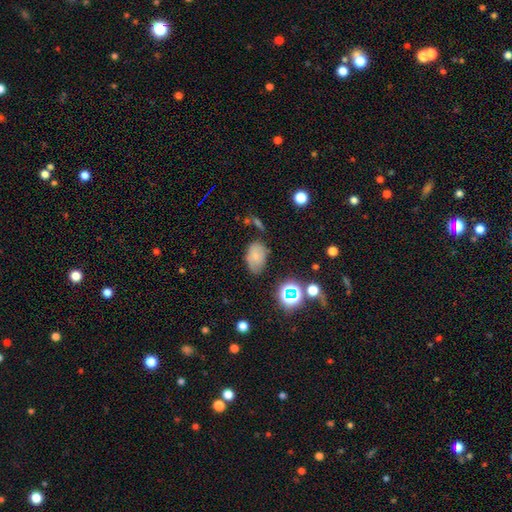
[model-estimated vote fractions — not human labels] A smooth galaxy with no disk features (68%) that is in between round and cigar-shaped (87%).

Vote fractions:
- Smooth or featured? smooth: 68% / featured or disk: 18% / star or artifact: 14%
- How rounded? in between: 87% / round: 12% / cigar-shaped: 1%
- Merging? none: 64% / minor disturbance: 25% / major disturbance: 7% / merger: 5%